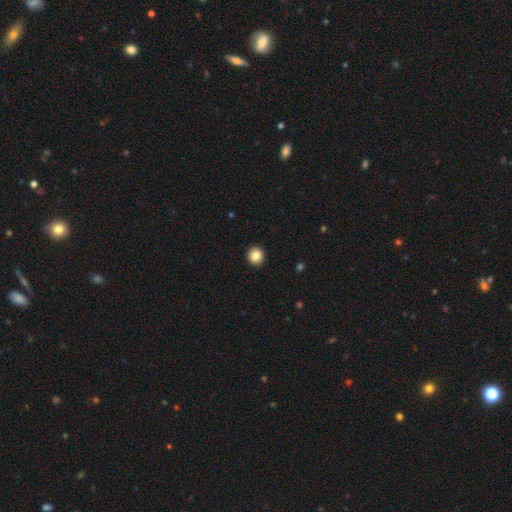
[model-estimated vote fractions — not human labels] smooth_or_featured: smooth (p=0.86) [alt: star or artifact p=0.09]
how_rounded: round (p=0.91) [alt: in between p=0.08]
merging: none (p=0.93) [alt: minor disturbance p=0.04]